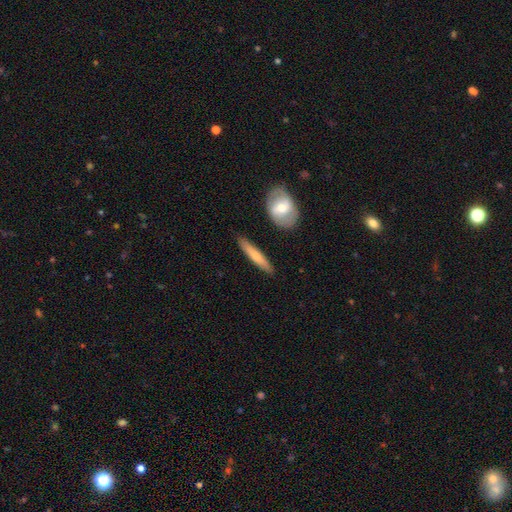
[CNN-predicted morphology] smooth-or-featured: smooth: 61% | featured or disk: 34% | star or artifact: 5%
  how-rounded: cigar-shaped: 88% | in between: 11% | round: 2%
  merging: none: 86% | minor disturbance: 9% | merger: 3% | major disturbance: 2%